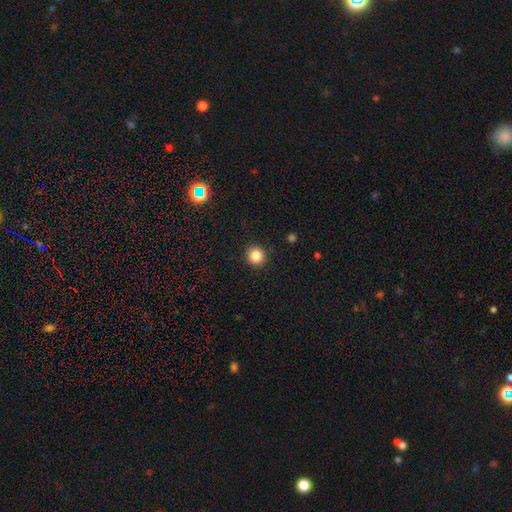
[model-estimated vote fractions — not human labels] A smooth galaxy with no disk features (85%) that is round (94%). Merging: none (92%).